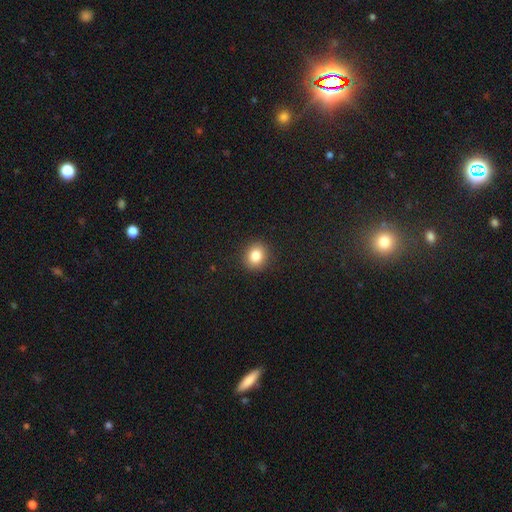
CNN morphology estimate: A smooth galaxy with no disk features (84%) that is round (74%).

Vote fractions:
- Smooth or featured? smooth: 84% / star or artifact: 11% / featured or disk: 6%
- How rounded? round: 74% / in between: 25% / cigar-shaped: 1%
- Merging? none: 90% / minor disturbance: 7% / major disturbance: 2% / merger: 1%